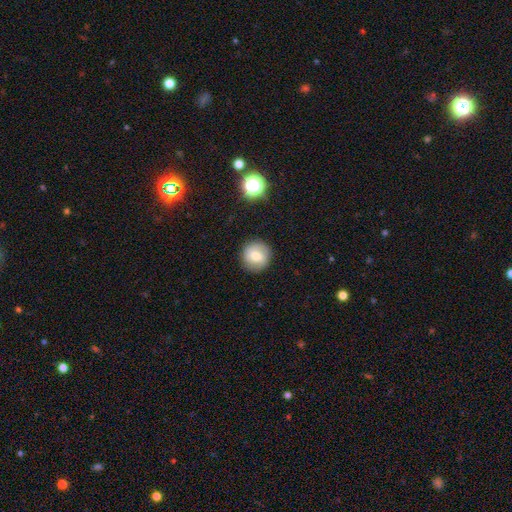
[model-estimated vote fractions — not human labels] Morphology: type=smooth (68%); roundness=round (94%); merging=none (89%).